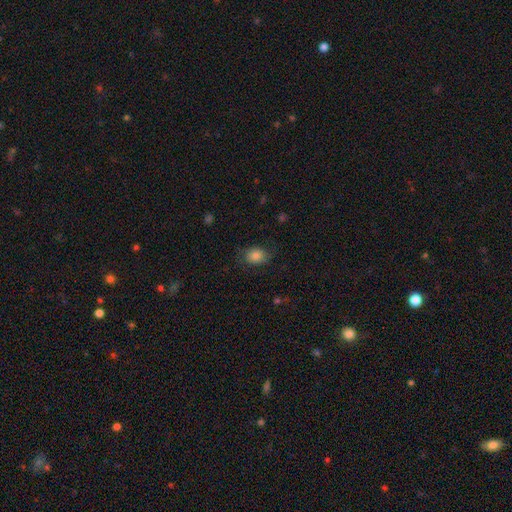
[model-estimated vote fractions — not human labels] This is clearly a smooth galaxy (82%). How rounded: possibly in between (55%). Merging: likely none (74%).